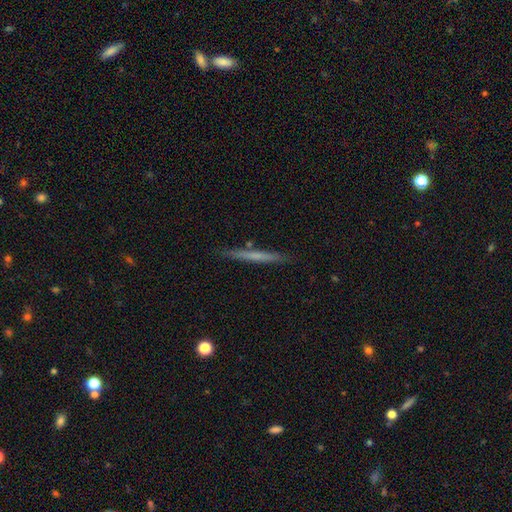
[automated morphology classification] A smooth galaxy with no disk features (50%) that is cigar-shaped (97%).

Vote fractions:
- Smooth or featured? smooth: 50% / featured or disk: 44% / star or artifact: 6%
- How rounded? cigar-shaped: 97% / in between: 2% / round: 1%
- Merging? none: 89% / minor disturbance: 8% / merger: 2% / major disturbance: 2%